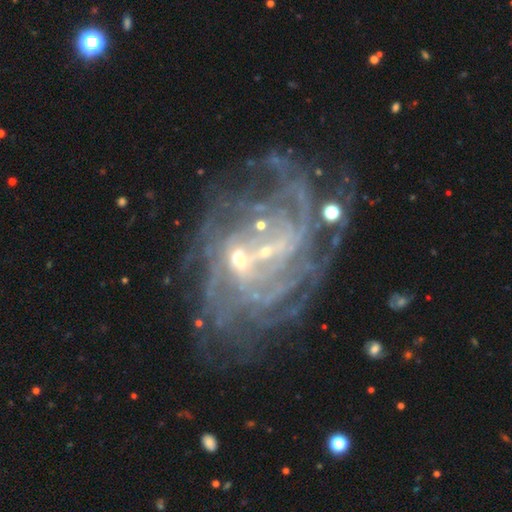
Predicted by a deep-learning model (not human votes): Smooth or featured? featured or disk (84%)
Edge-on disk? no (97%)
Bar? weak (44%)
Spiral arms? yes (91%)
Spiral winding? tight (53%)
Spiral arm count? can't tell (35%)
Bulge size? small (71%)
Merging? none (46%)